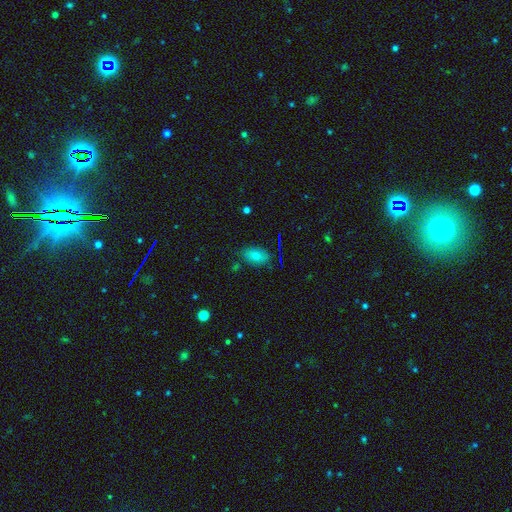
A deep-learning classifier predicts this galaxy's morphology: smooth 72%, star or artifact 14%, featured or disk 14%. Down the decision tree: how rounded — in between (86%); merging — none (79%).